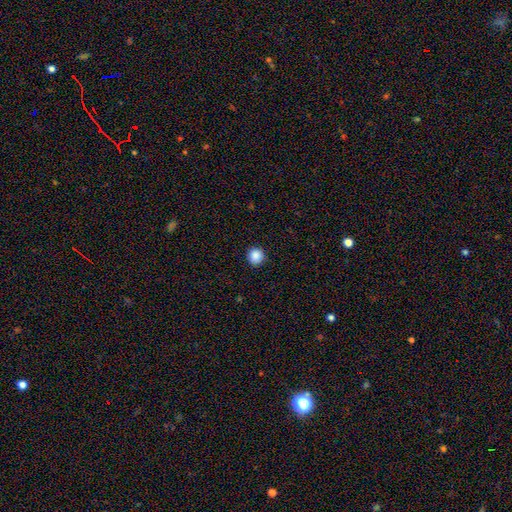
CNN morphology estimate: A smooth galaxy with no disk features (88%) that is round (94%).

Vote fractions:
- Smooth or featured? smooth: 88% / star or artifact: 9% / featured or disk: 3%
- How rounded? round: 94% / in between: 5% / cigar-shaped: 1%
- Merging? none: 92% / minor disturbance: 5% / major disturbance: 2% / merger: 1%